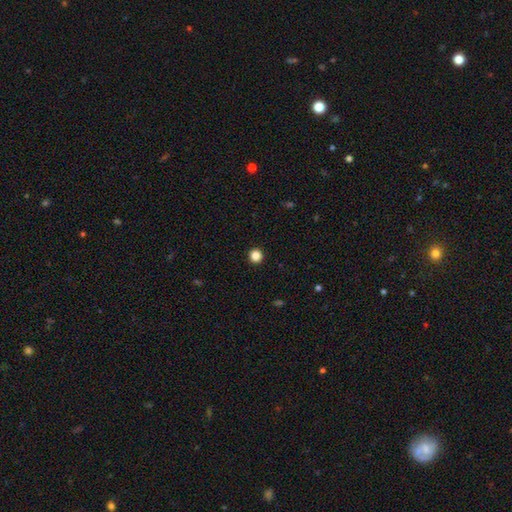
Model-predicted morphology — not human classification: Smooth or featured? Predicted: smooth (p=0.86). How rounded? Predicted: round (p=0.95). Merging? Predicted: none (p=0.94).